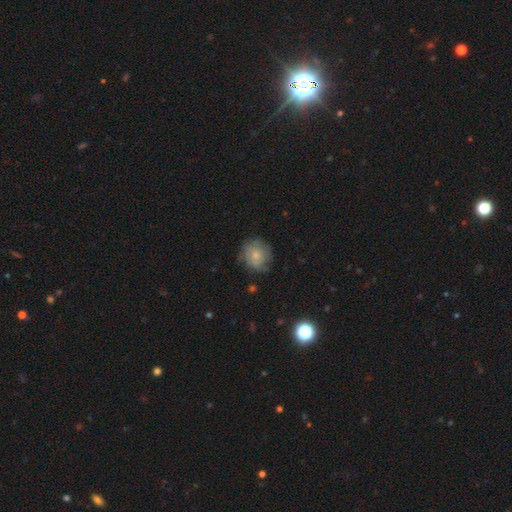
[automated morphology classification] A smooth galaxy with no disk features (64%) that is round (81%). Merging: none (66%).